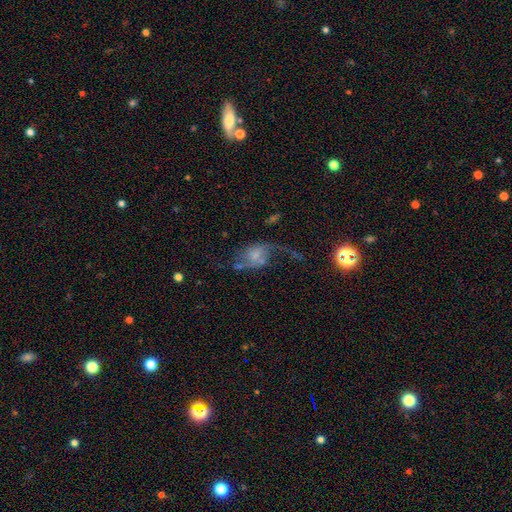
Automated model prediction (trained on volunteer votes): This appears to be a featured or disk galaxy (67%) with no bar (62%), 2 (77%) loose (82%) spiral arms (80%) and a small central bulge (38%). Merging: major disturbance (37%).